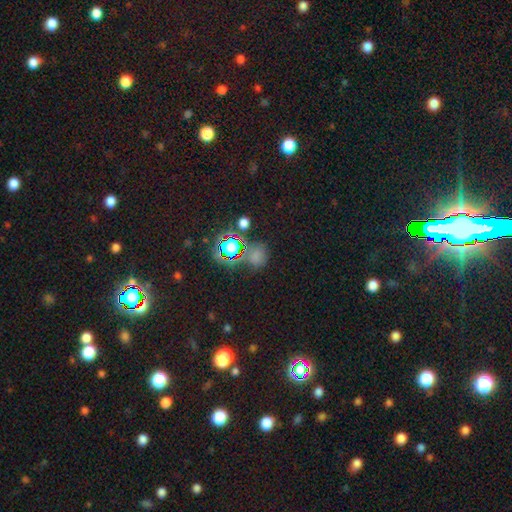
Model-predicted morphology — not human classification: smooth 51%, star or artifact 41%, featured or disk 8%. Down the decision tree: how rounded — round (71%); merging — none (65%).